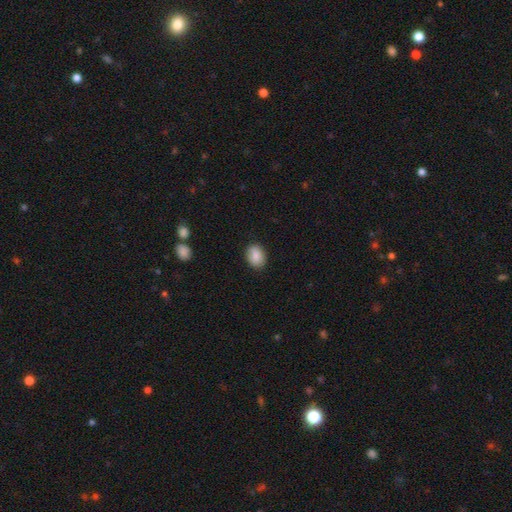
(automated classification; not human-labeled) A smooth galaxy with no disk features (85%) that is in between round and cigar-shaped (69%).

Vote fractions:
- Smooth or featured? smooth: 85% / featured or disk: 8% / star or artifact: 8%
- How rounded? in between: 69% / round: 29% / cigar-shaped: 1%
- Merging? none: 82% / minor disturbance: 14% / major disturbance: 3% / merger: 2%